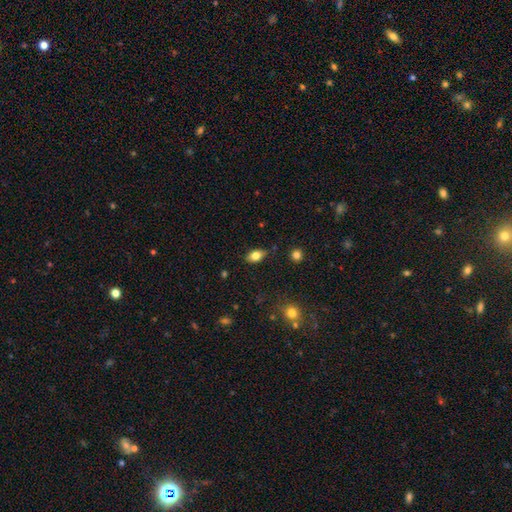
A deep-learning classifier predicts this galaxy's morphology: Smooth or featured?
  - smooth: 78% *
  - featured or disk: 14%
  - star or artifact: 9%
How rounded?
  - in between: 86% *
  - round: 10%
  - cigar-shaped: 4%
Merging?
  - none: 82% *
  - minor disturbance: 14%
  - major disturbance: 3%
  - merger: 2%